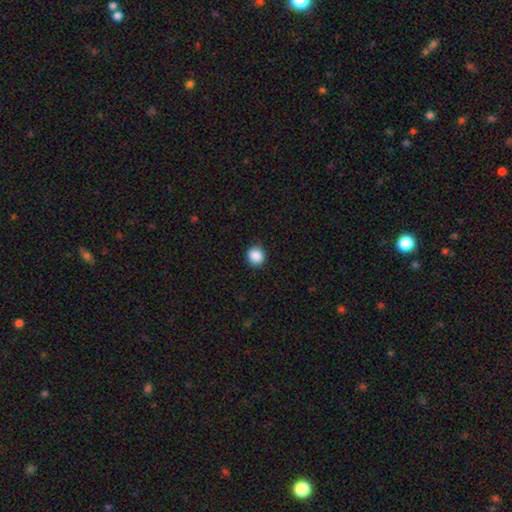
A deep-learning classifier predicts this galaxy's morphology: This appears to be a smooth galaxy with no disk features (88%) that is round (89%). Merging: none (89%).